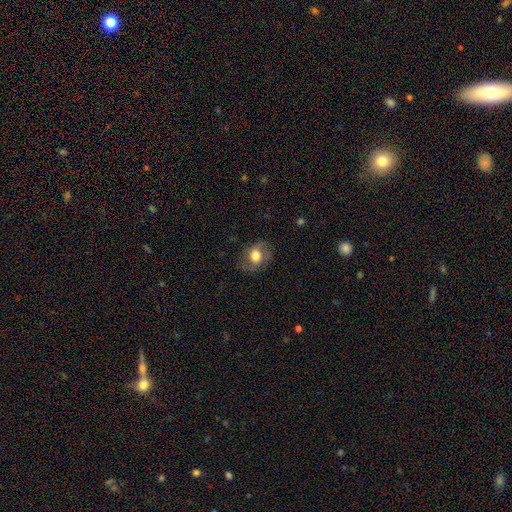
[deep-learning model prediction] Q: Smooth or featured?
A: smooth (58%); runner-up: featured or disk (34%)
Q: How rounded?
A: in between (62%); runner-up: round (37%)
Q: Merging?
A: none (72%); runner-up: minor disturbance (18%)